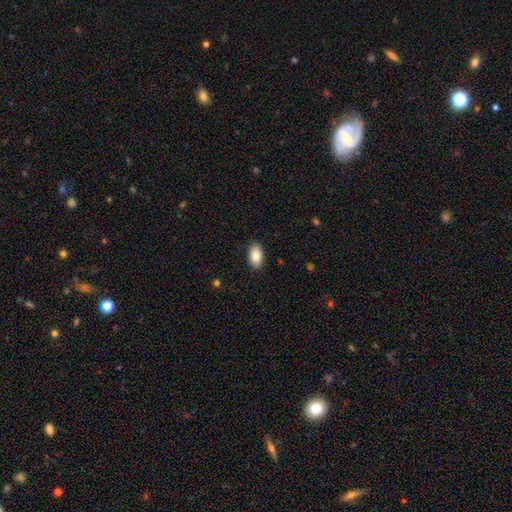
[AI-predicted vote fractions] The model was most divided on "smooth or featured": smooth: 85%, featured or disk: 9%, star or artifact: 7%. More confident: how rounded — in between (93%); merging — none (89%).